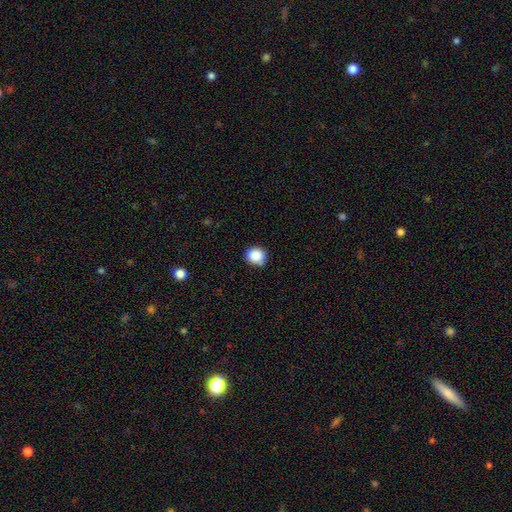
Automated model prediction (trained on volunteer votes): Overall: smooth (87%). How rounded: round (85%). Merging: none (82%).